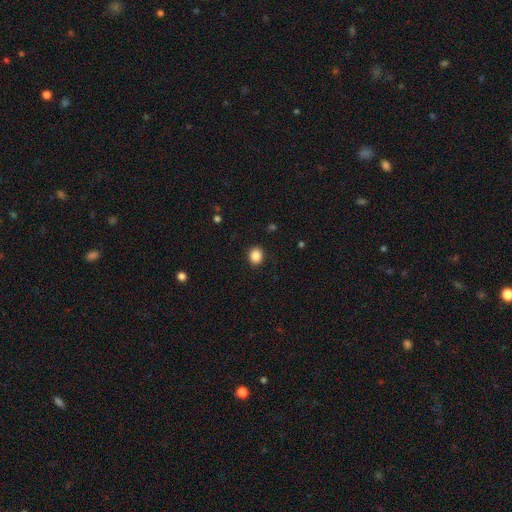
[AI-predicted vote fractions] Smooth or featured? Predicted: smooth (p=0.86). How rounded? Predicted: round (p=0.73). Merging? Predicted: none (p=0.91).